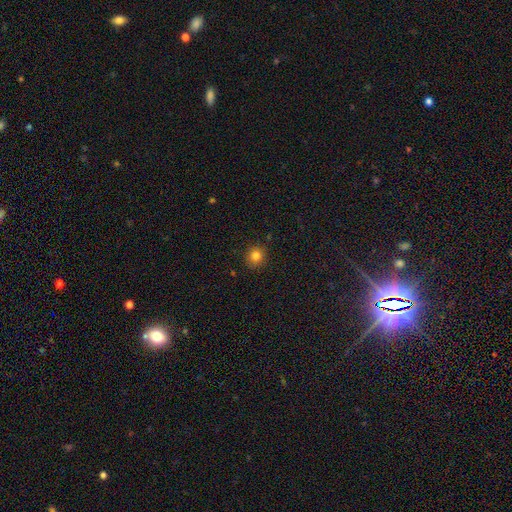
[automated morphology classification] type=smooth (82%); roundness=round (89%); merging=none (89%).